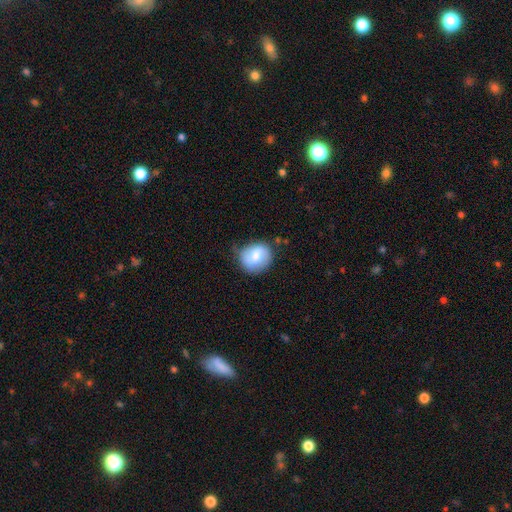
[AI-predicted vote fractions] smooth-or-featured: smooth: 62% | featured or disk: 31% | star or artifact: 7%
  how-rounded: round: 76% | in between: 23% | cigar-shaped: 1%
  merging: none: 60% | minor disturbance: 29% | major disturbance: 8% | merger: 3%